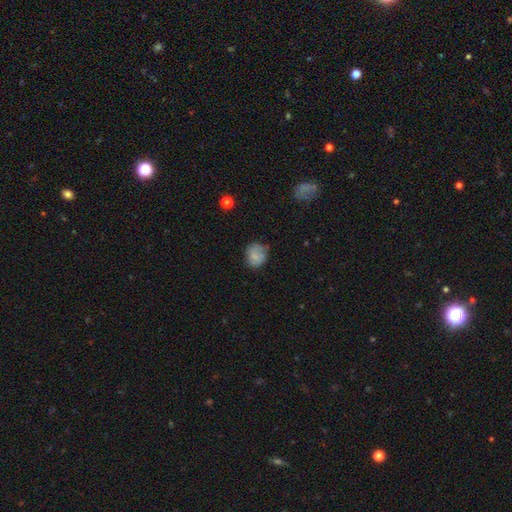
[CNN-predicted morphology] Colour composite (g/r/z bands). It shows a smooth galaxy with no disk features (76%) that is round (69%). Merging: none (63%).